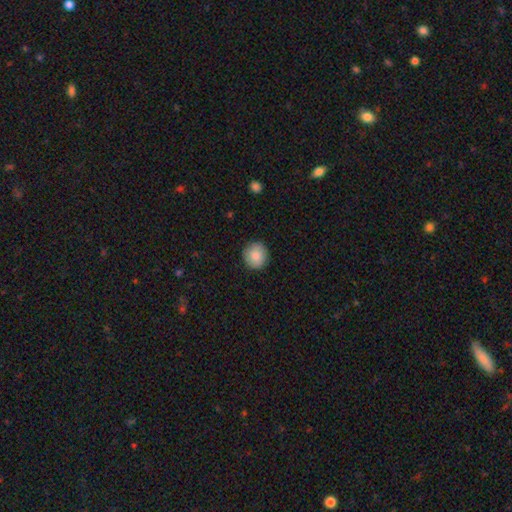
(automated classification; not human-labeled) This is clearly a smooth galaxy (87%). How rounded: clearly round (91%). Merging: clearly none (90%).